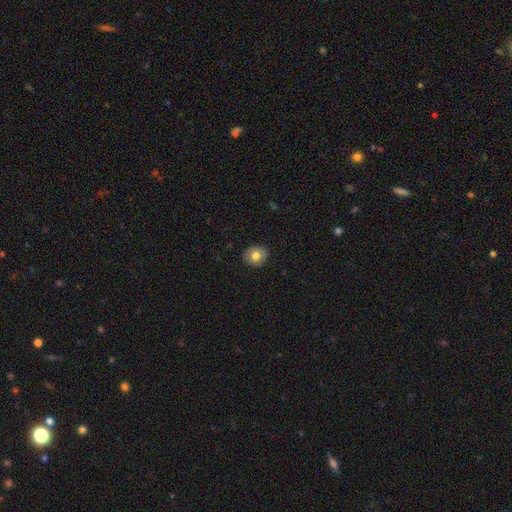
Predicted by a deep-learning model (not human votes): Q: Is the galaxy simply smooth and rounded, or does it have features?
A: smooth — 77%.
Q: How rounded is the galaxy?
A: round — 66%.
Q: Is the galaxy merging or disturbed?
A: none — 88%.